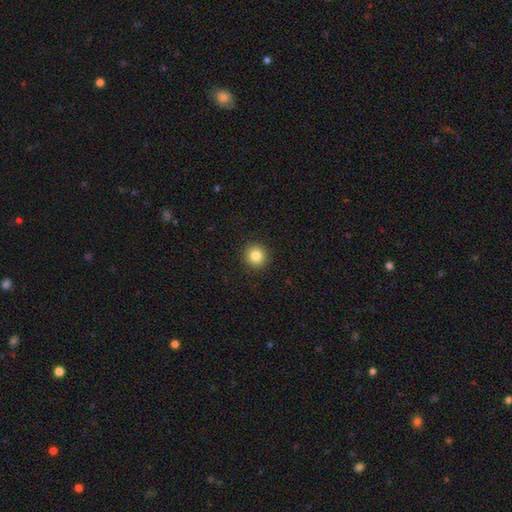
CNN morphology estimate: smooth-or-featured: smooth: 83% | star or artifact: 11% | featured or disk: 6%
  how-rounded: round: 94% | in between: 5% | cigar-shaped: 1%
  merging: none: 92% | minor disturbance: 5% | major disturbance: 2% | merger: 1%